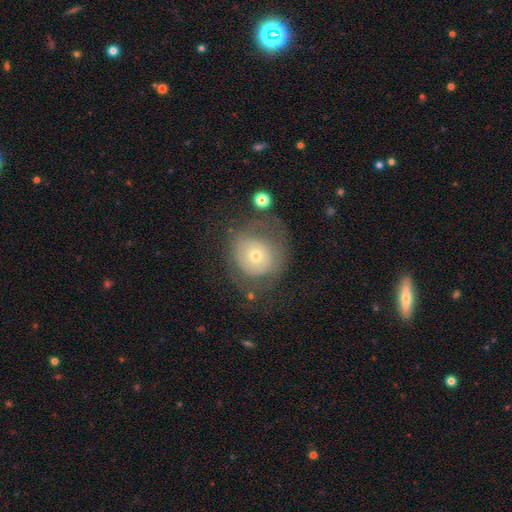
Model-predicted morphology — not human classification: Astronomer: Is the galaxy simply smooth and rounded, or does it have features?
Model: smooth — 52% (runner-up: featured or disk, 38%).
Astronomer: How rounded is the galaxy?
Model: round — 81%.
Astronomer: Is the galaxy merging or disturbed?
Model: none — 49% (runner-up: major disturbance, 26%).